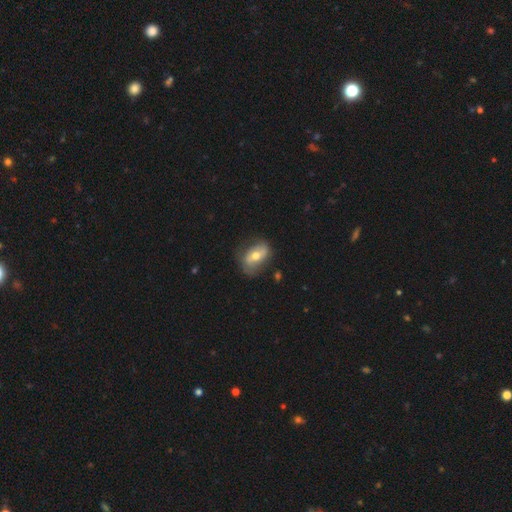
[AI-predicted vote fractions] smooth_or_featured: featured or disk (p=0.55) [alt: smooth p=0.38]
disk_edge_on: no (p=0.92) [alt: yes p=0.08]
bar: no (p=0.39) [alt: weak p=0.34]
has_spiral_arms: yes (p=0.68) [alt: no p=0.32]
bulge_size: moderate (p=0.72) [alt: small p=0.20]
merging: none (p=0.67) [alt: minor disturbance p=0.23]